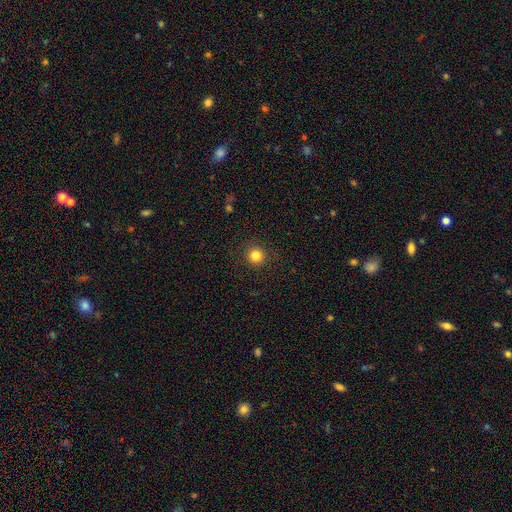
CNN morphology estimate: smooth 83%, star or artifact 12%, featured or disk 5%. Down the decision tree: how rounded — round (95%); merging — none (90%).